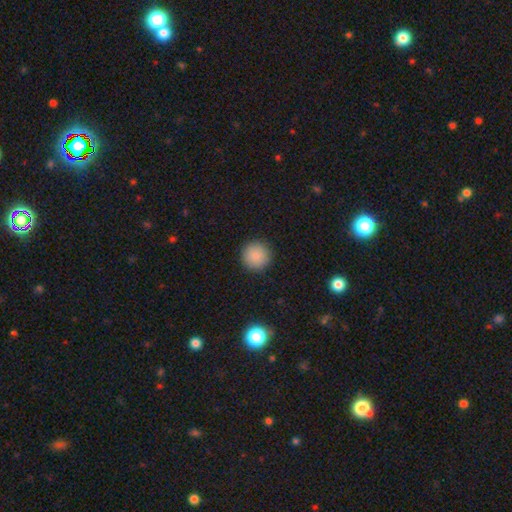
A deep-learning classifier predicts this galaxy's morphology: Q: Smooth or featured?
A: smooth (87%); runner-up: star or artifact (9%)
Q: How rounded?
A: round (96%); runner-up: in between (3%)
Q: Merging?
A: none (93%); runner-up: minor disturbance (5%)